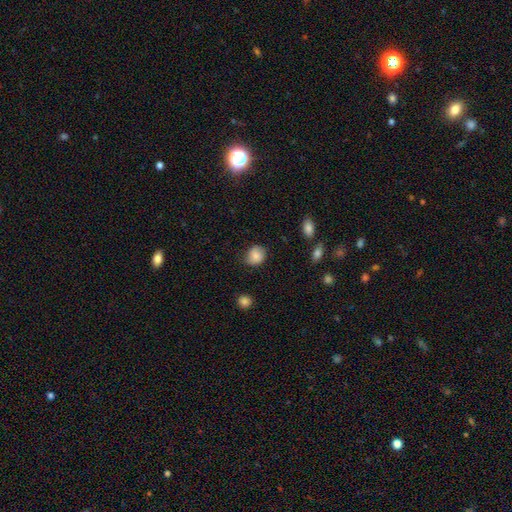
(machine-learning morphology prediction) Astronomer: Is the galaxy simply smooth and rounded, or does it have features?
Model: smooth — 81%.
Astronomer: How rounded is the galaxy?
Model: round — 65%.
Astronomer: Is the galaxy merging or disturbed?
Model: none — 73%.